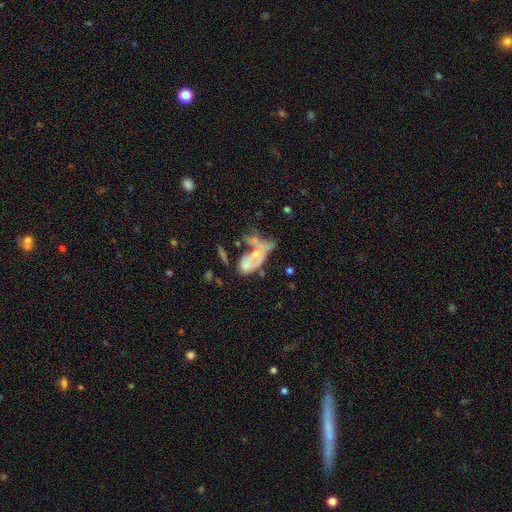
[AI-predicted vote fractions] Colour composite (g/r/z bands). It shows a featured or disk galaxy (50%). Merging: merger (44%).